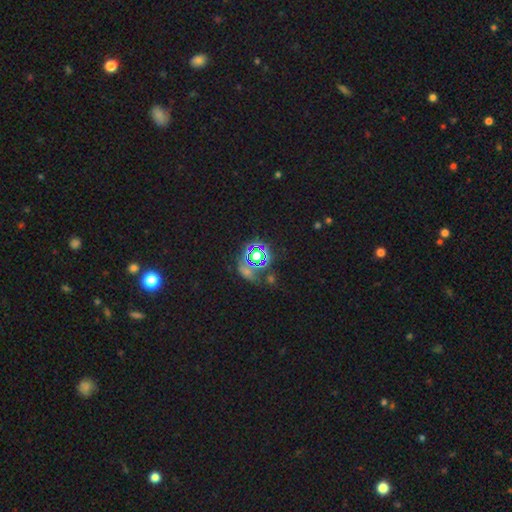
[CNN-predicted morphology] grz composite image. It shows a star or artifact, not a galaxy (62%).